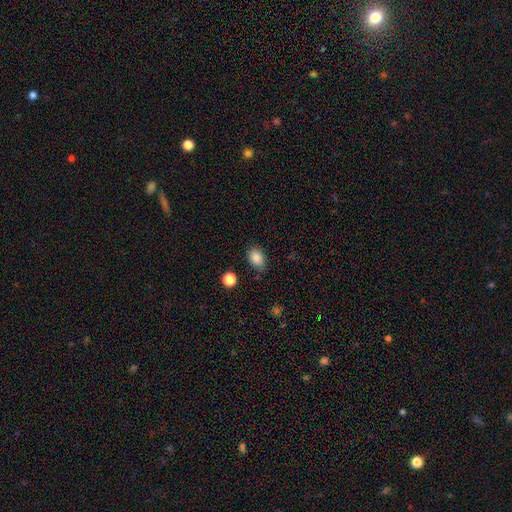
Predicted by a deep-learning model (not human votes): Smooth or featured? Predicted: smooth (p=0.87). How rounded? Predicted: in between (p=0.76). Merging? Predicted: none (p=0.78).